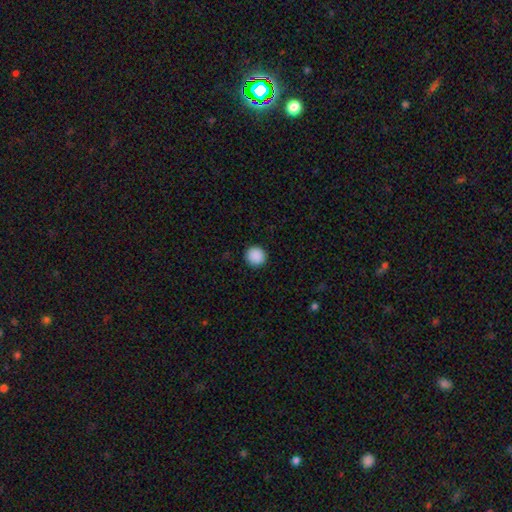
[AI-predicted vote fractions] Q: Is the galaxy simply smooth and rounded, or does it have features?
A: smooth — 89%.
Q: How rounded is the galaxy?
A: round — 96%.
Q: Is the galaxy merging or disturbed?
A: none — 93%.